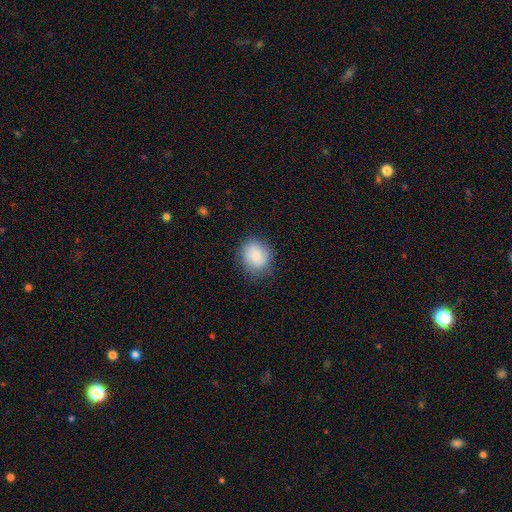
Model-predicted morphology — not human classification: Smooth or featured? smooth (80%)
How rounded? round (67%)
Merging? none (78%)